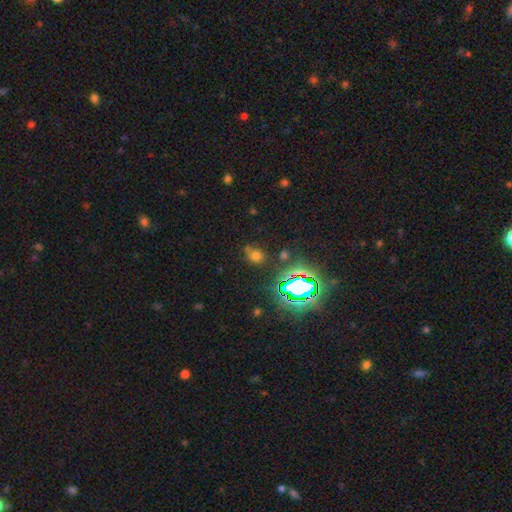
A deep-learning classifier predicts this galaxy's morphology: Q: Smooth or featured?
A: smooth (58%); runner-up: star or artifact (34%)
Q: How rounded?
A: round (64%); runner-up: in between (34%)
Q: Merging?
A: none (68%); runner-up: minor disturbance (17%)